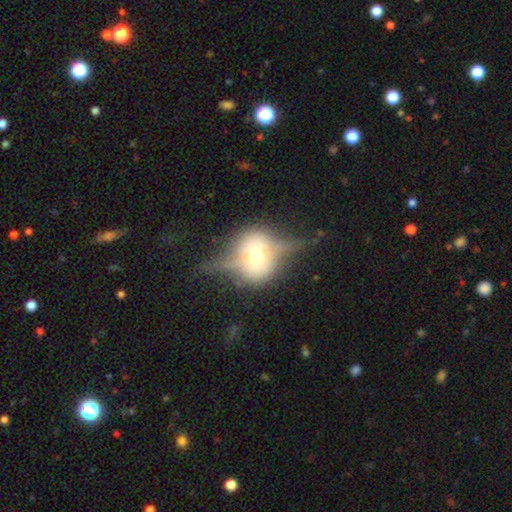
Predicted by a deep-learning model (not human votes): Overall: featured or disk (70%). Edge-on disk: yes (80%). Edge-on bulge: rounded (94%). Merging: none (60%; minor disturbance 22%).